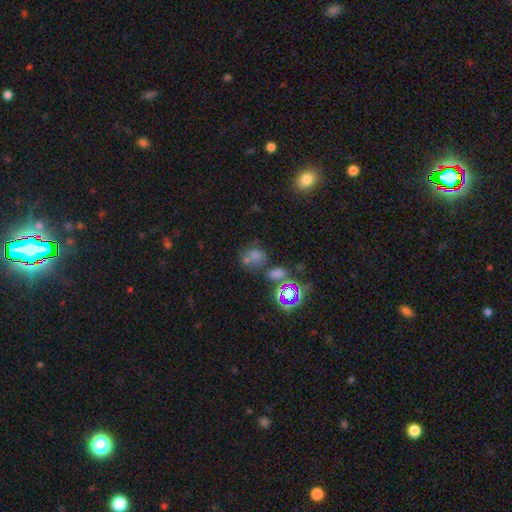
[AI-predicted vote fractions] A smooth galaxy with no disk features (50%) that is round (65%). Merging: none (47%).